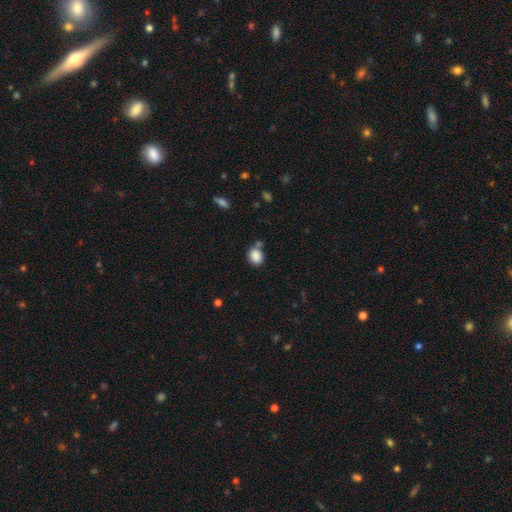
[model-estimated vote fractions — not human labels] This appears to be a smooth galaxy with no disk features (87%) that is round (59%). Merging: none (67%).